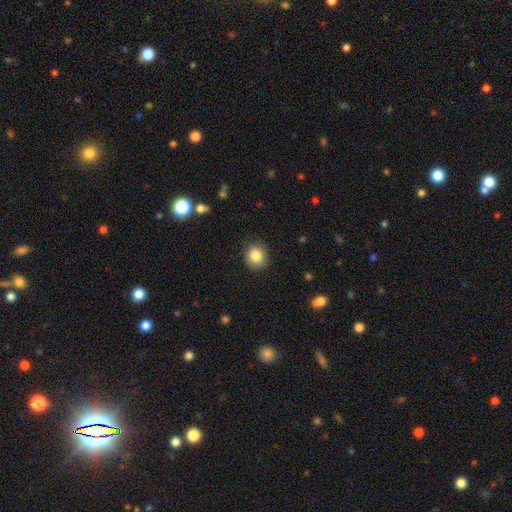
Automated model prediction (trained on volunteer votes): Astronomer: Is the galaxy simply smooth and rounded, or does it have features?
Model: smooth — 85%.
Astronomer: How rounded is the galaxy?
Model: round — 81%.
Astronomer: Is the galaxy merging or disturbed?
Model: none — 86%.